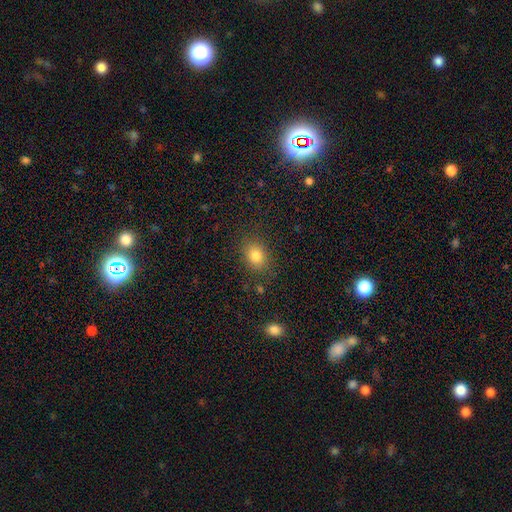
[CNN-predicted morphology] Q: Smooth or featured?
A: smooth (82%); runner-up: star or artifact (11%)
Q: How rounded?
A: in between (62%); runner-up: round (37%)
Q: Merging?
A: none (84%); runner-up: minor disturbance (11%)